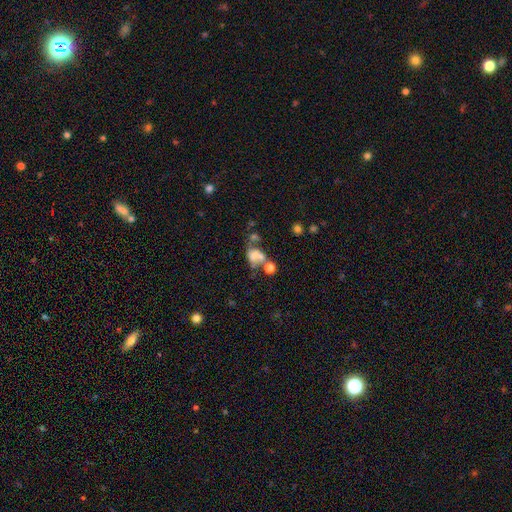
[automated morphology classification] Q: Smooth or featured?
A: smooth (49%); runner-up: featured or disk (35%)
Q: Merging?
A: merger (45%); runner-up: major disturbance (22%)